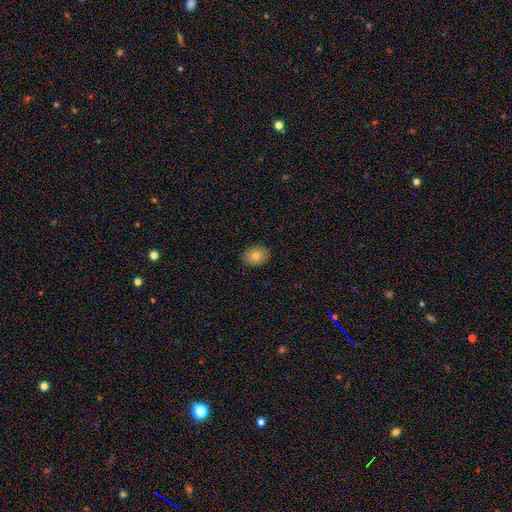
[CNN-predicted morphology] type=smooth (79%); roundness=in between (57%); merging=none (89%).